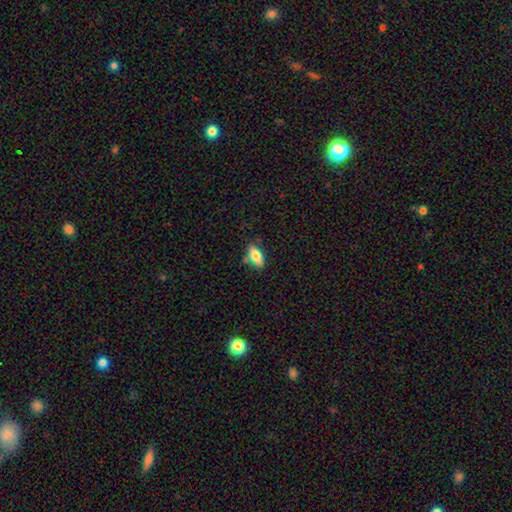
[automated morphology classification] A smooth galaxy with no disk features (76%) that is in between round and cigar-shaped (82%). Merging: none (76%).